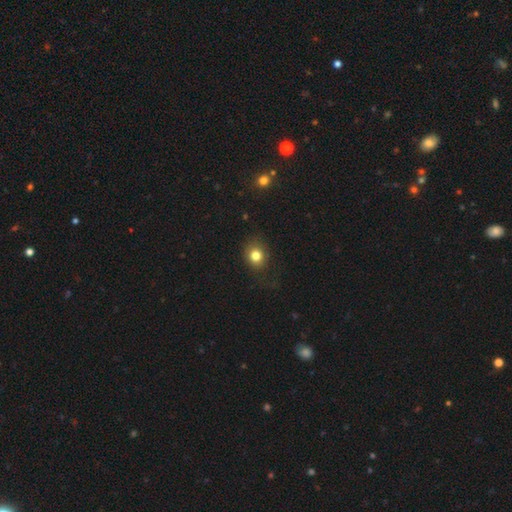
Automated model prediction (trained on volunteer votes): smooth 80%, star or artifact 12%, featured or disk 8%. Down the decision tree: how rounded — round (71%); merging — none (77%).